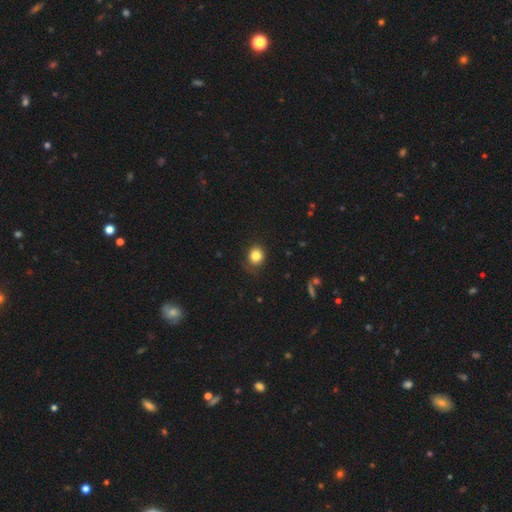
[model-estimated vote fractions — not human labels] A smooth galaxy with no disk features (82%) that is round (75%). Merging: none (77%).